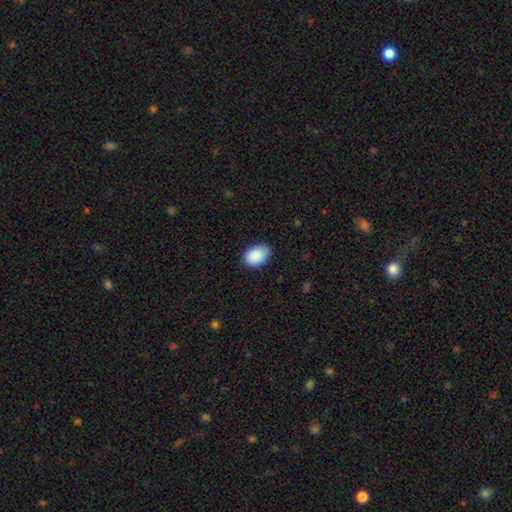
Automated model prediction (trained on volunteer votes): A smooth galaxy with no disk features (91%) that is in between round and cigar-shaped (88%). Merging: none (84%).